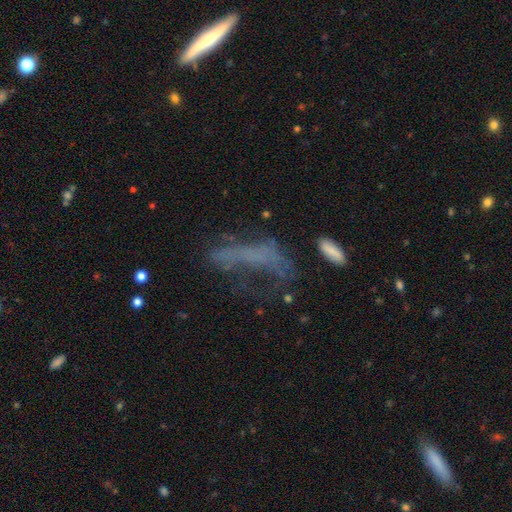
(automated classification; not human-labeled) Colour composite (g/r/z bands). It shows a featured or disk galaxy (40%). Merging: major disturbance (48%).